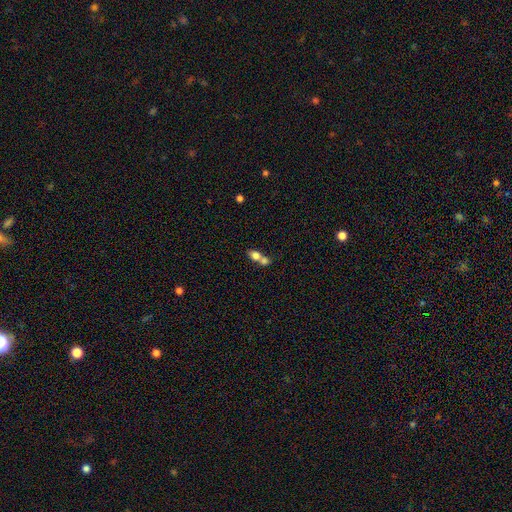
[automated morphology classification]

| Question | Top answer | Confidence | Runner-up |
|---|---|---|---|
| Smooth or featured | smooth | 76% | featured or disk (15%) |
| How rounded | in between | 72% | round (24%) |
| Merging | merger | 68% | none (23%) |